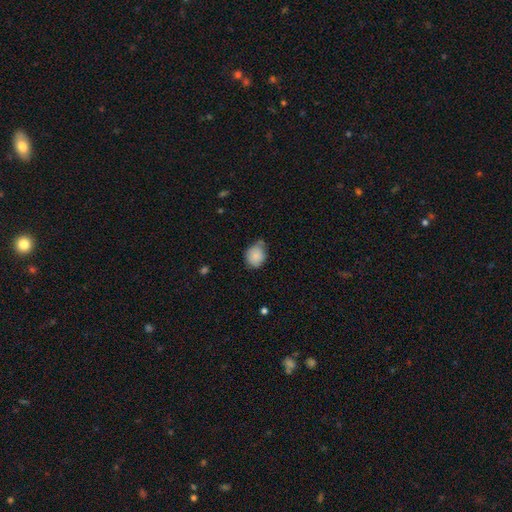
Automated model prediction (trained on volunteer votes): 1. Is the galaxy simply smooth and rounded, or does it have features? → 86% smooth, 8% star or artifact, 6% featured or disk.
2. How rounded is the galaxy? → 72% round, 27% in between, 1% cigar-shaped.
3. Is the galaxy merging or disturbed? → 56% none, 32% minor disturbance, 7% merger, 6% major disturbance.